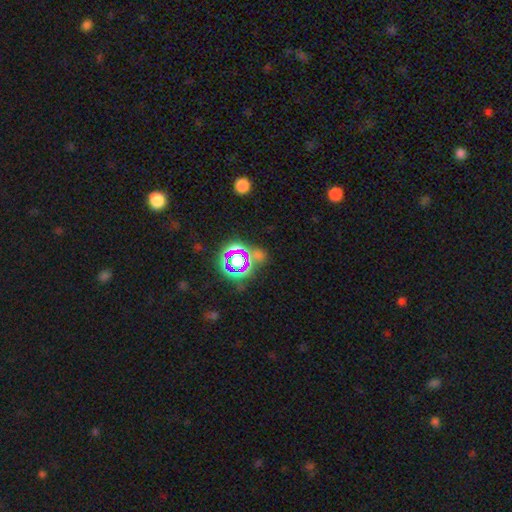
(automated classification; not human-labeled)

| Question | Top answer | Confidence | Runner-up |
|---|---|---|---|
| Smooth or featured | star or artifact | 70% | smooth (19%) |